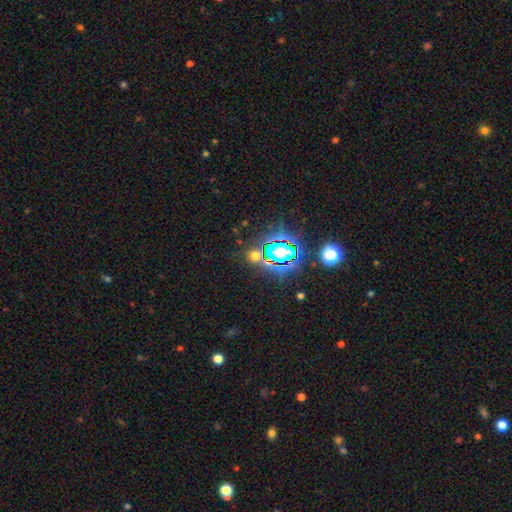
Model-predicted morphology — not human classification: smooth_or_featured: star or artifact (p=0.53) [alt: smooth p=0.38]